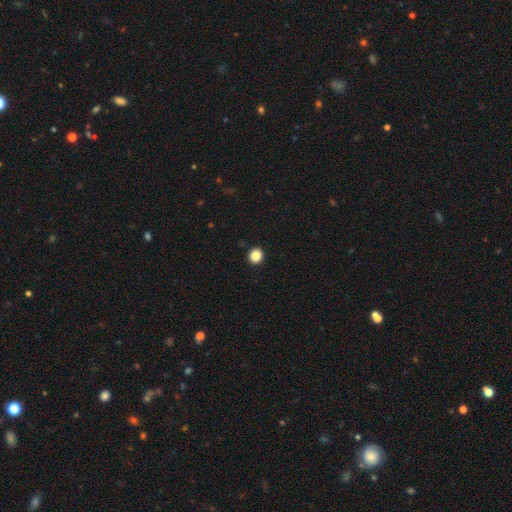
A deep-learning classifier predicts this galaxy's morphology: smooth-or-featured: smooth: 86% | star or artifact: 10% | featured or disk: 3%
  how-rounded: round: 83% | in between: 16% | cigar-shaped: 1%
  merging: none: 93% | minor disturbance: 5% | major disturbance: 1% | merger: 1%